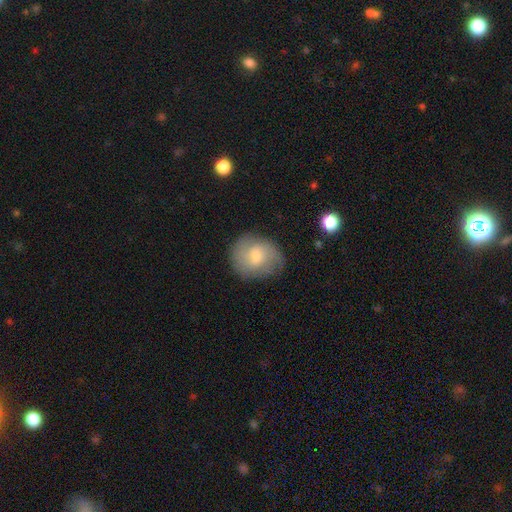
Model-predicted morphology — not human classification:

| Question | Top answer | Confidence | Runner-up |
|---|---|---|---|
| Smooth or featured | smooth | 54% | featured or disk (38%) |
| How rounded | round | 66% | in between (32%) |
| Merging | none | 71% | minor disturbance (21%) |